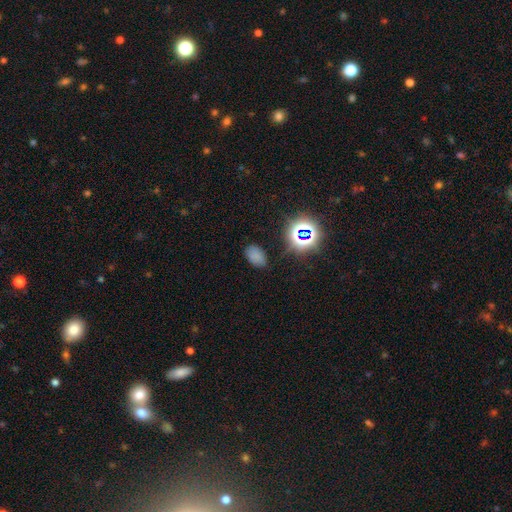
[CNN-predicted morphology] This is likely a smooth galaxy (69%). How rounded: clearly in between (88%). Merging: likely none (79%).